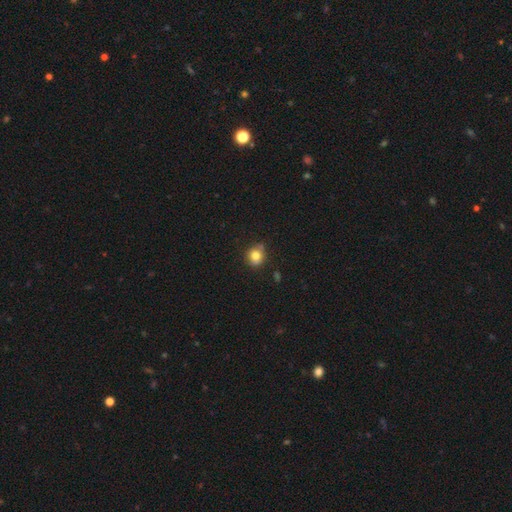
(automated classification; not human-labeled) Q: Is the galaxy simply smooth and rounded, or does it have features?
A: smooth — 77%.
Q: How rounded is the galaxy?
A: round — 81%.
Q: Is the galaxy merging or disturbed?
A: none — 71%.